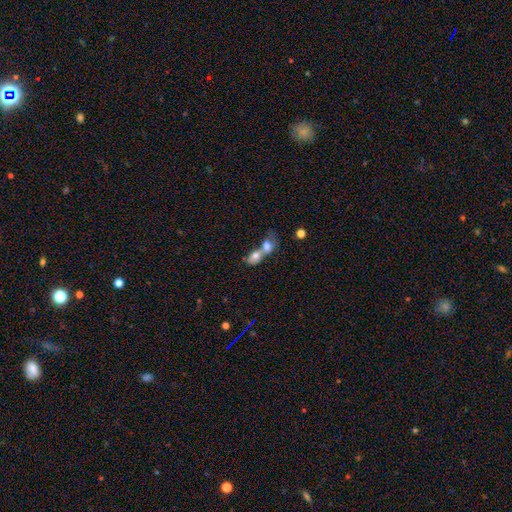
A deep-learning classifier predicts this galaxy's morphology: A smooth galaxy with no disk features (66%) that is in between round and cigar-shaped (59%).

Vote fractions:
- Smooth or featured? smooth: 66% / featured or disk: 23% / star or artifact: 11%
- How rounded? in between: 59% / round: 36% / cigar-shaped: 5%
- Merging? merger: 78% / none: 13% / minor disturbance: 5% / major disturbance: 4%